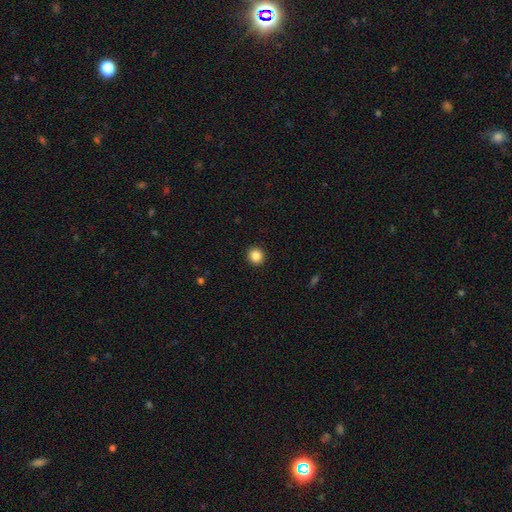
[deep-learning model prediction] Overall: smooth (86%). How rounded: round (93%). Merging: none (93%).